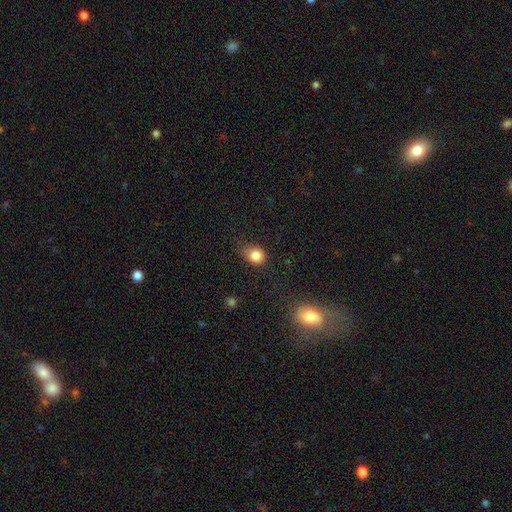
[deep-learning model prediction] Q: Smooth or featured?
A: smooth (82%); runner-up: star or artifact (11%)
Q: How rounded?
A: round (62%); runner-up: in between (37%)
Q: Merging?
A: none (53%); runner-up: minor disturbance (34%)